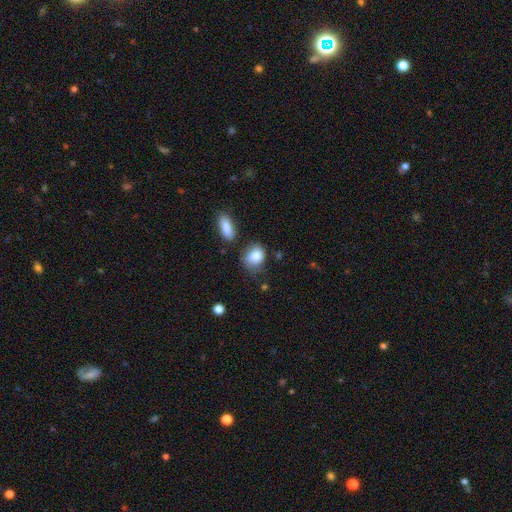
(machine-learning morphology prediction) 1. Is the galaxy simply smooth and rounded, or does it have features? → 82% smooth, 9% featured or disk, 8% star or artifact.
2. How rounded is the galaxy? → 52% in between, 47% round, 1% cigar-shaped.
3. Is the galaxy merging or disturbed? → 54% none, 29% minor disturbance, 9% major disturbance, 7% merger.